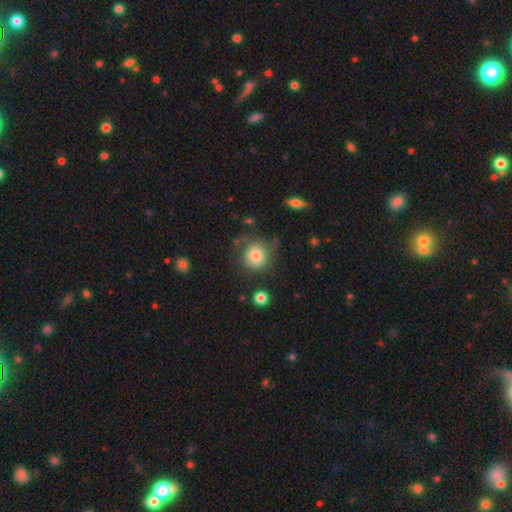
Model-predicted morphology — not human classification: Q: Smooth or featured?
A: smooth (80%); runner-up: featured or disk (11%)
Q: How rounded?
A: round (86%); runner-up: in between (13%)
Q: Merging?
A: none (71%); runner-up: minor disturbance (17%)